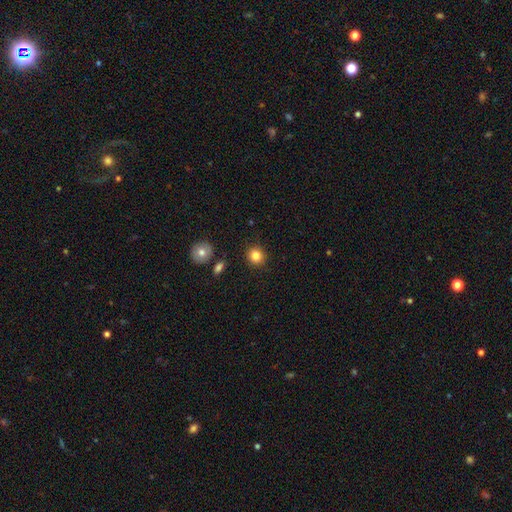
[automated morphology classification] Q: Smooth or featured?
A: smooth (83%); runner-up: star or artifact (11%)
Q: How rounded?
A: round (89%); runner-up: in between (10%)
Q: Merging?
A: none (90%); runner-up: minor disturbance (6%)